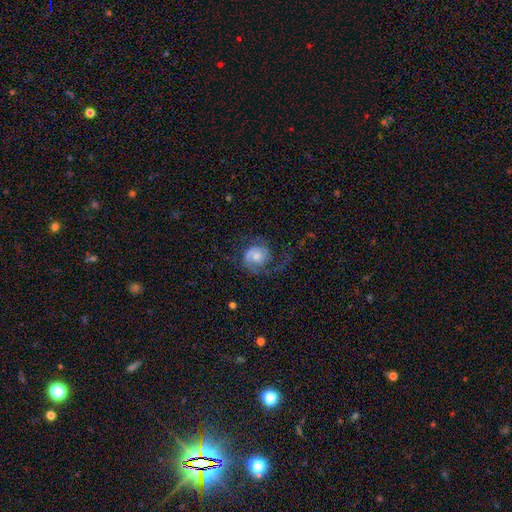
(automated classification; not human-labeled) featured or disk 72%, smooth 21%, star or artifact 7%. Down the decision tree: edge-on disk — no (98%); bar — no (70%); spiral arms — yes (92%); spiral arm count — 1 (47%); spiral winding — medium (41%); bulge size — moderate (44%); merging — none (51%).